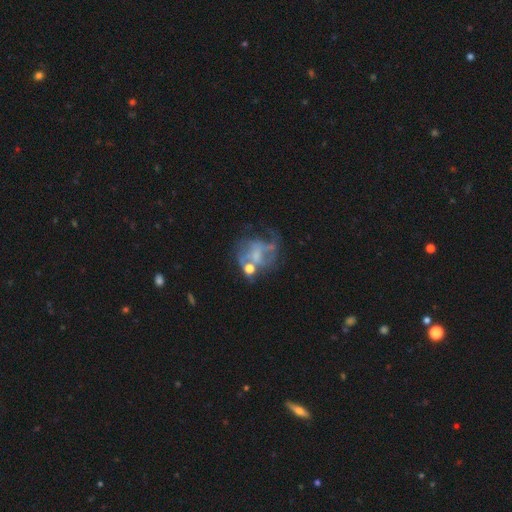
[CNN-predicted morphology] Smooth or featured?
  - featured or disk: 64% *
  - smooth: 21%
  - star or artifact: 14%
Edge-on disk?
  - no: 98% *
  - yes: 2%
Bar?
  - no: 69% *
  - weak: 25%
  - strong: 6%
Spiral arms?
  - no: 56% *
  - yes: 44%
Bulge size?
  - none: 38% *
  - small: 35%
  - moderate: 23%
  - large: 3%
  - dominant: 1%
Merging?
  - none: 35% *
  - major disturbance: 32%
  - minor disturbance: 18%
  - merger: 15%